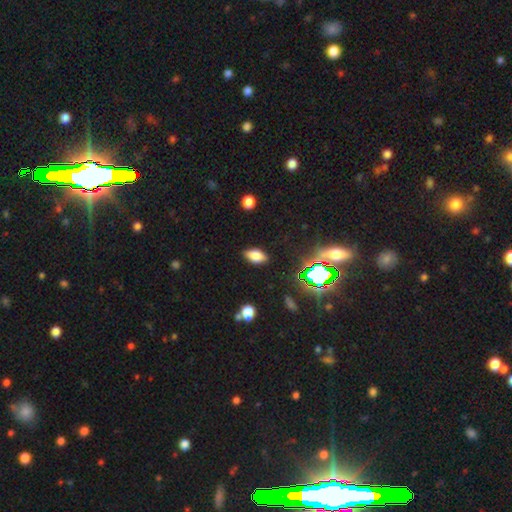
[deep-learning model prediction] Smooth or featured?
  - smooth: 77% *
  - star or artifact: 13%
  - featured or disk: 10%
How rounded?
  - in between: 90% *
  - round: 6%
  - cigar-shaped: 4%
Merging?
  - none: 83% *
  - minor disturbance: 12%
  - major disturbance: 3%
  - merger: 2%